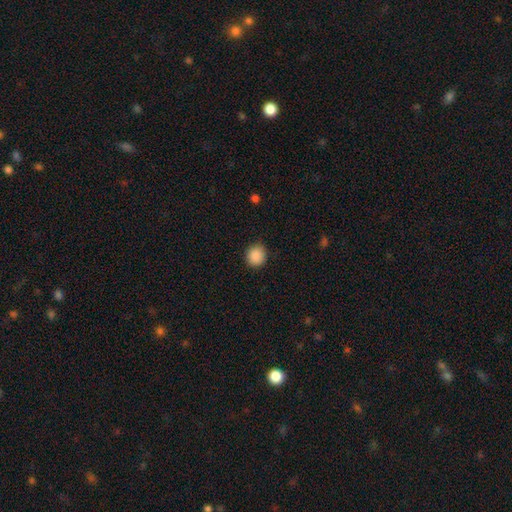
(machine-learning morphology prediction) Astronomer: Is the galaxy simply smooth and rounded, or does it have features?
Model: smooth — 89%.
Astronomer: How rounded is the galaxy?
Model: round — 87%.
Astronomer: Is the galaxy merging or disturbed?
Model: none — 88%.